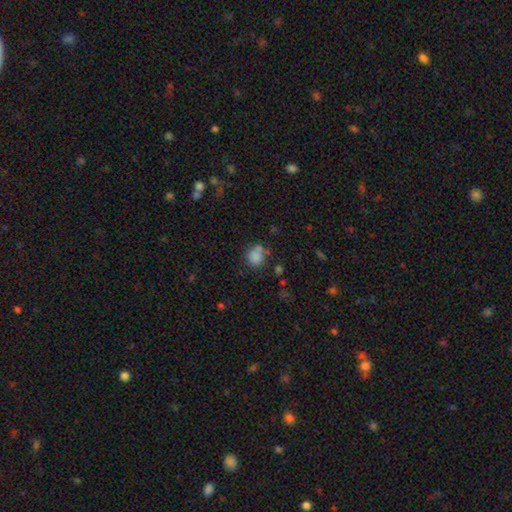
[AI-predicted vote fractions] Smooth or featured? Predicted: smooth (p=0.80). How rounded? Predicted: round (p=0.74). Merging? Predicted: none (p=0.58).